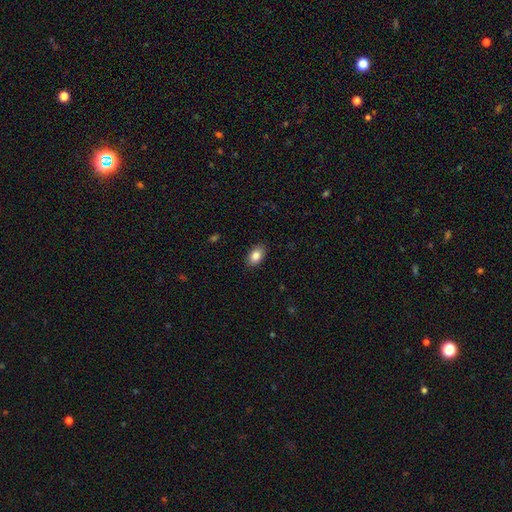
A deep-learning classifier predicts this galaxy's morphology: smooth_or_featured: smooth (p=0.85) [alt: star or artifact p=0.08]
how_rounded: in between (p=0.89) [alt: round p=0.09]
merging: none (p=0.88) [alt: minor disturbance p=0.09]